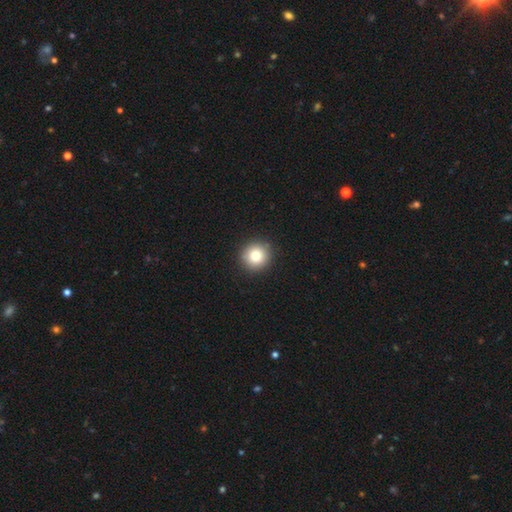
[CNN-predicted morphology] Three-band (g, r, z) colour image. It shows a smooth galaxy with no disk features (82%) that is round (93%). Merging: none (92%).